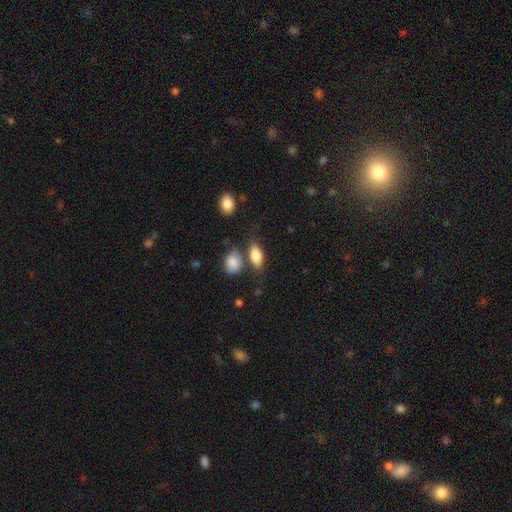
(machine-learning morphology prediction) Smooth or featured? Predicted: smooth (p=0.83). How rounded? Predicted: in between (p=0.85). Merging? Predicted: none (p=0.65).